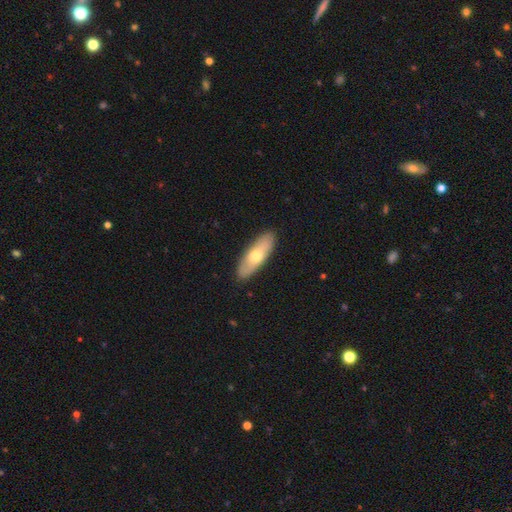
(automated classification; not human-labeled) This is possibly a smooth galaxy (59%). How rounded: possibly in between (59%). Merging: clearly none (90%).